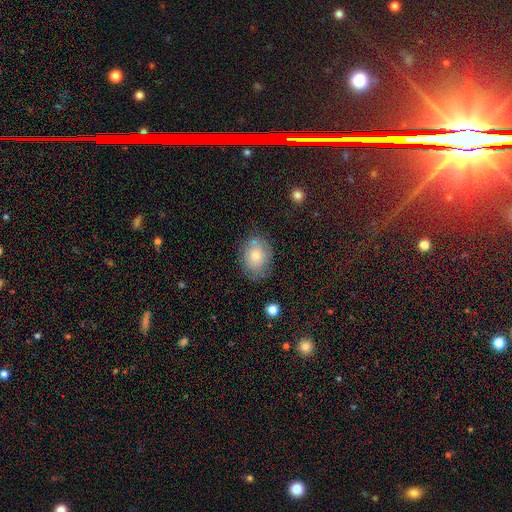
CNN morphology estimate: Smooth or featured? Predicted: smooth (p=0.73). How rounded? Predicted: in between (p=0.70). Merging? Predicted: none (p=0.68).